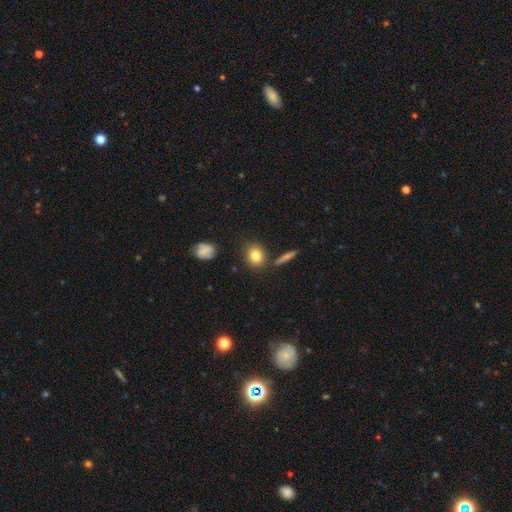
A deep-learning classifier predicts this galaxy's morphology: smooth 81%, featured or disk 10%, star or artifact 9%. Down the decision tree: how rounded — round (65%); merging — none (80%).